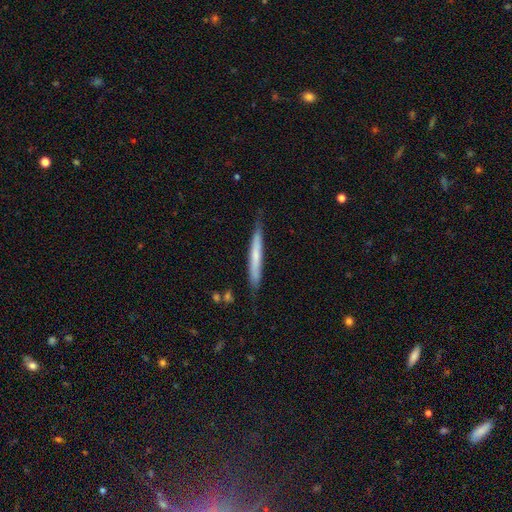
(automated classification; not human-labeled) Overall: smooth (54%; featured or disk 41%). How rounded: cigar-shaped (96%). Merging: none (80%).